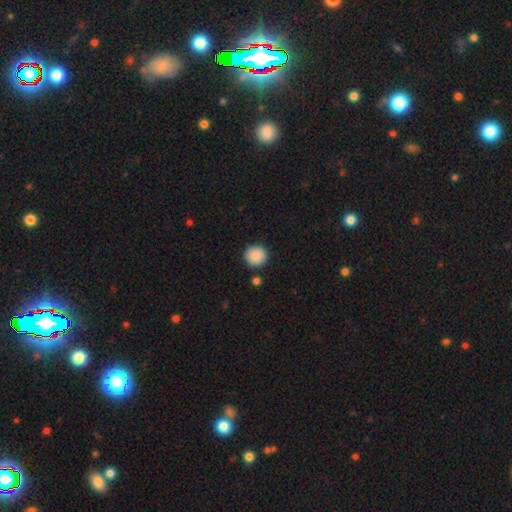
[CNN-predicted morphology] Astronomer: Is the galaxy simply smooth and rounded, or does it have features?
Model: smooth — 90%.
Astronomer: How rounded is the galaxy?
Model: round — 93%.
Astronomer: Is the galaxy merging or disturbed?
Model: none — 89%.